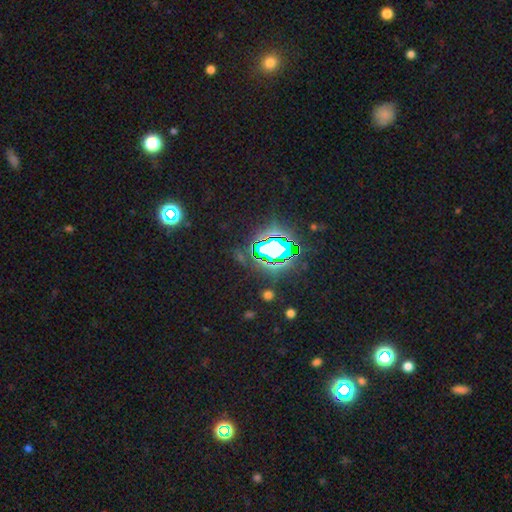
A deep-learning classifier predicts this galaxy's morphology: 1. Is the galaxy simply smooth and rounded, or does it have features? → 82% star or artifact, 11% smooth, 7% featured or disk.